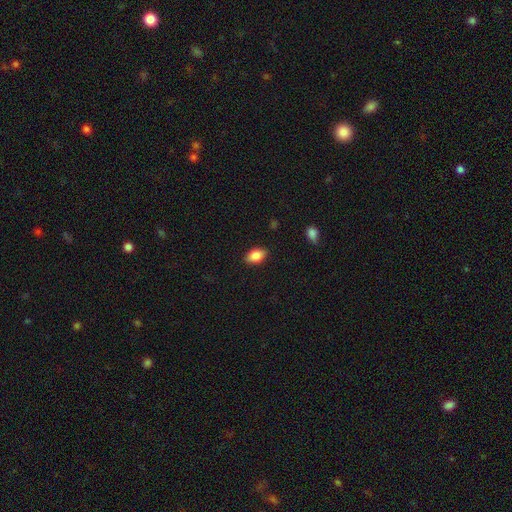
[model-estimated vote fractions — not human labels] A smooth galaxy with no disk features (86%) that is in between round and cigar-shaped (90%).

Vote fractions:
- Smooth or featured? smooth: 86% / star or artifact: 8% / featured or disk: 6%
- How rounded? in between: 90% / round: 8% / cigar-shaped: 2%
- Merging? none: 87% / minor disturbance: 9% / major disturbance: 2% / merger: 1%